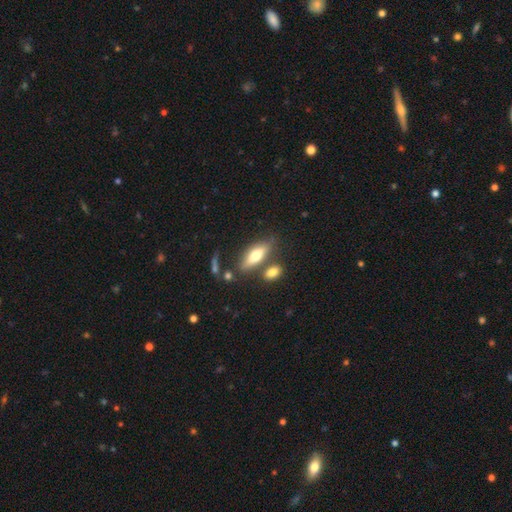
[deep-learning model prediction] Smooth or featured? smooth (67%)
How rounded? in between (64%)
Merging? none (64%)